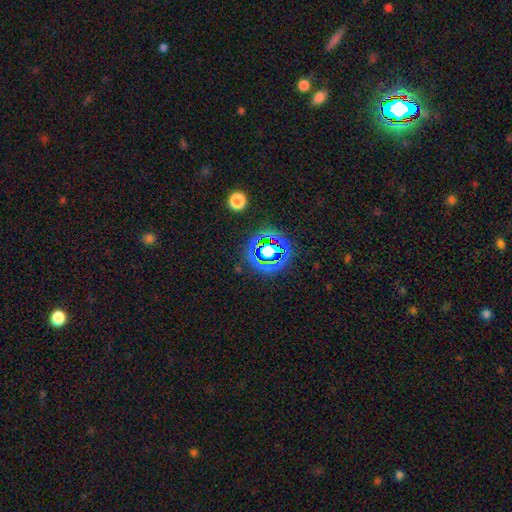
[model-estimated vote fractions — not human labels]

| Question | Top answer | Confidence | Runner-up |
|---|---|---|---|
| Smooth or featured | star or artifact | 76% | smooth (17%) |